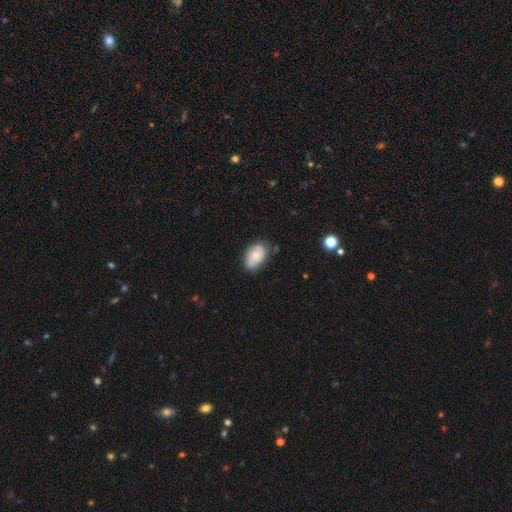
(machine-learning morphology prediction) Q: Smooth or featured?
A: smooth (64%); runner-up: featured or disk (29%)
Q: How rounded?
A: in between (88%); runner-up: round (11%)
Q: Merging?
A: none (66%); runner-up: minor disturbance (26%)